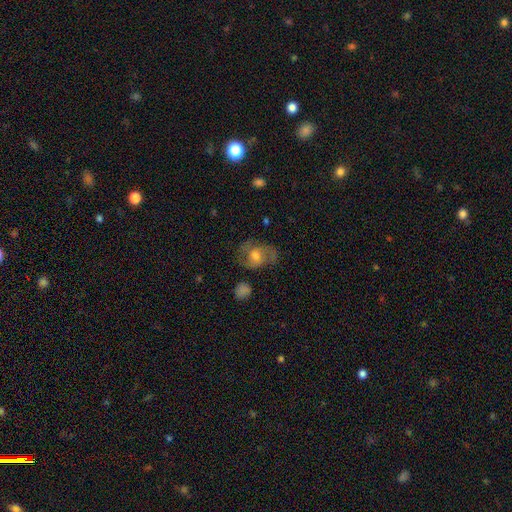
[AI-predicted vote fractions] Morphology: type=featured or disk (52%); edge-on=no (95%); merging=none (61%).